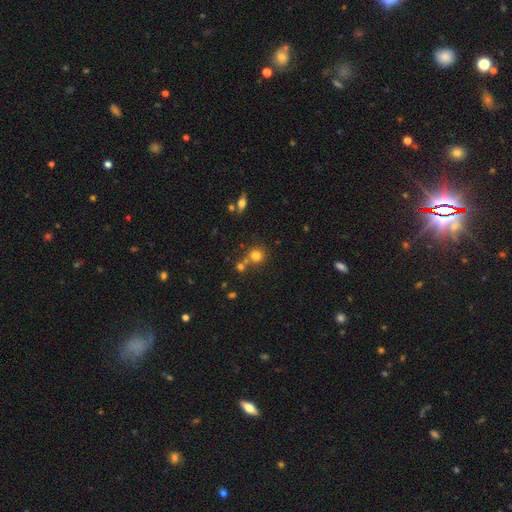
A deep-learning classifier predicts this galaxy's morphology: type=smooth (77%); roundness=round (90%); merging=none (64%).